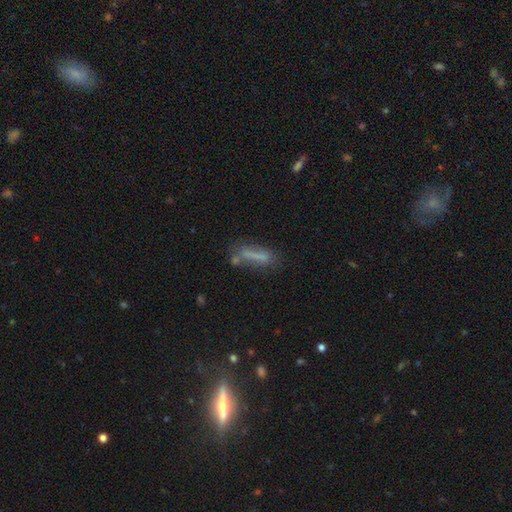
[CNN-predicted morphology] smooth 63%, featured or disk 24%, star or artifact 13%. Down the decision tree: how rounded — cigar-shaped (72%); merging — none (55%).